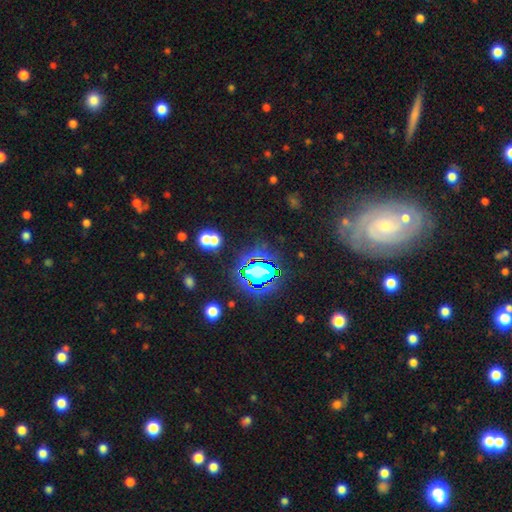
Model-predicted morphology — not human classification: Overall: star or artifact (54%; featured or disk 28%).